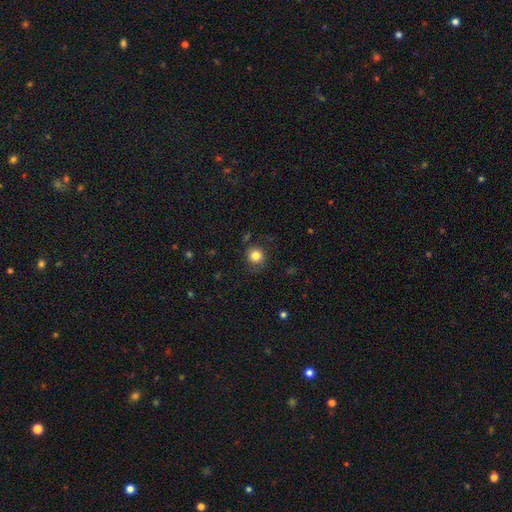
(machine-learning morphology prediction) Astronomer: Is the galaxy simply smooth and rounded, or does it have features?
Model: smooth — 82%.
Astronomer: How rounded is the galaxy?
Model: round — 91%.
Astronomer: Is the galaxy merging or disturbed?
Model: none — 83%.